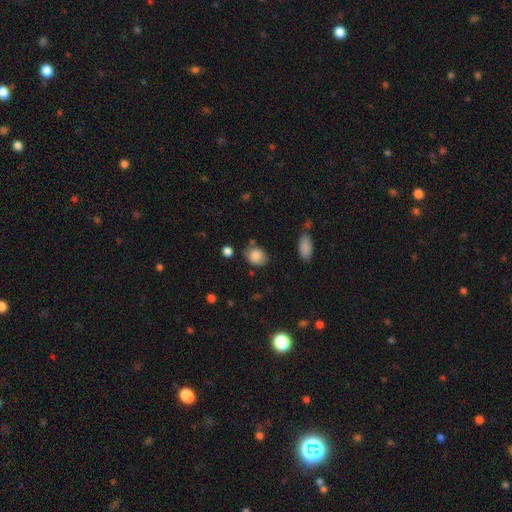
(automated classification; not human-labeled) This appears to be a smooth galaxy with no disk features (85%) that is round (52%). Merging: none (74%).